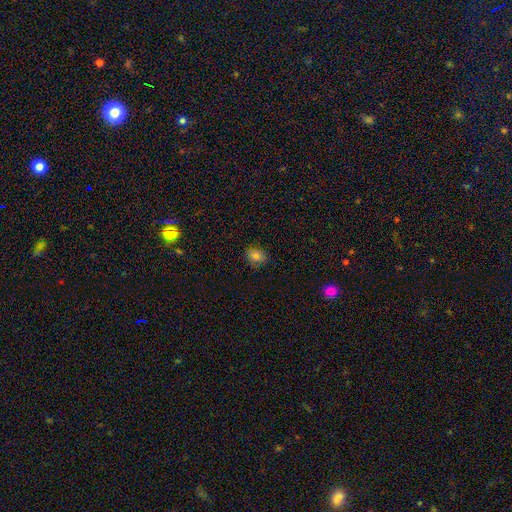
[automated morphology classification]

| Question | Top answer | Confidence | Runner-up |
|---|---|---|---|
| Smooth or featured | smooth | 79% | star or artifact (12%) |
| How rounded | in between | 50% | round (49%) |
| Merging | none | 82% | minor disturbance (15%) |